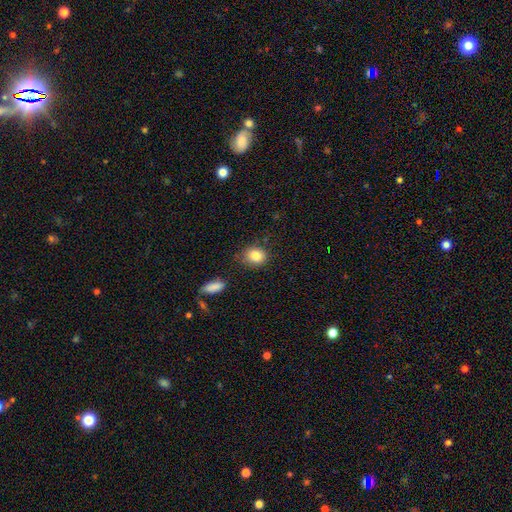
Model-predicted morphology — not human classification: Q: Smooth or featured?
A: smooth (83%); runner-up: star or artifact (10%)
Q: How rounded?
A: round (65%); runner-up: in between (34%)
Q: Merging?
A: none (78%); runner-up: minor disturbance (15%)